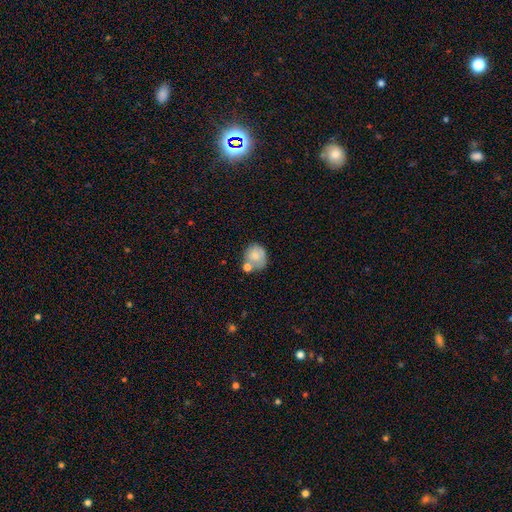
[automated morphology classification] This is likely a smooth galaxy (75%). How rounded: likely round (78%). Merging: possibly none (46%).